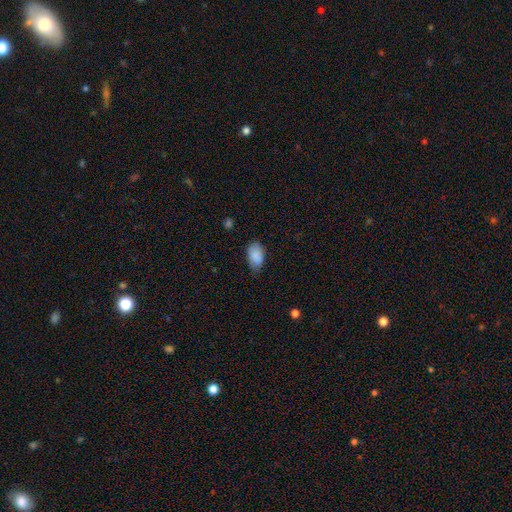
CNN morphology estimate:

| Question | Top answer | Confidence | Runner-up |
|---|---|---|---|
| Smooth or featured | smooth | 88% | star or artifact (7%) |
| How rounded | in between | 93% | round (6%) |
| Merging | none | 72% | minor disturbance (23%) |